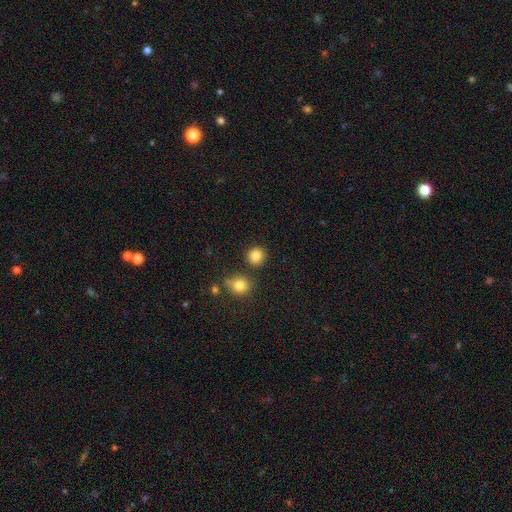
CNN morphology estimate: type=smooth (85%); roundness=round (92%); merging=none (85%).